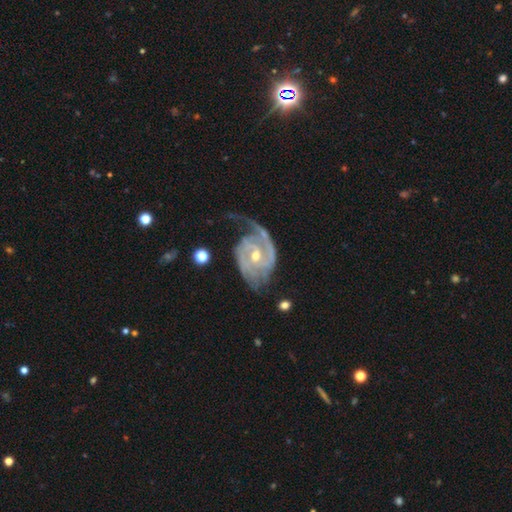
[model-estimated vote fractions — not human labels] Q: Smooth or featured?
A: featured or disk (91%); runner-up: smooth (5%)
Q: Edge-on disk?
A: no (97%); runner-up: yes (3%)
Q: Bar?
A: no (46%); runner-up: weak (39%)
Q: Spiral arms?
A: yes (97%); runner-up: no (3%)
Q: Spiral winding?
A: tight (43%); runner-up: medium (40%)
Q: Spiral arm count?
A: 2 (58%); runner-up: 1 (13%)
Q: Bulge size?
A: moderate (49%); runner-up: small (48%)
Q: Merging?
A: none (48%); runner-up: major disturbance (25%)